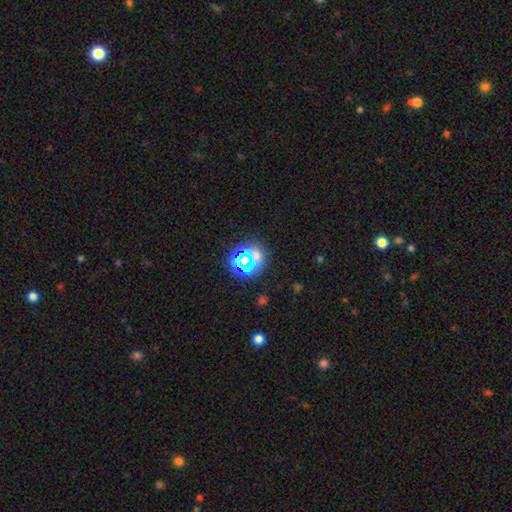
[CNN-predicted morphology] A star or artifact, not a galaxy (64%).

Vote fractions:
- Smooth or featured? star or artifact: 64% / smooth: 25% / featured or disk: 11%